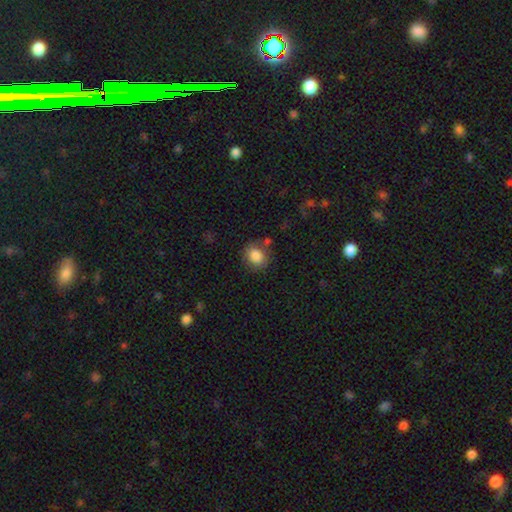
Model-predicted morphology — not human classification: A smooth galaxy with no disk features (85%) that is round (76%).

Vote fractions:
- Smooth or featured? smooth: 85% / star or artifact: 9% / featured or disk: 7%
- How rounded? round: 76% / in between: 23% / cigar-shaped: 1%
- Merging? none: 73% / minor disturbance: 15% / merger: 7% / major disturbance: 5%